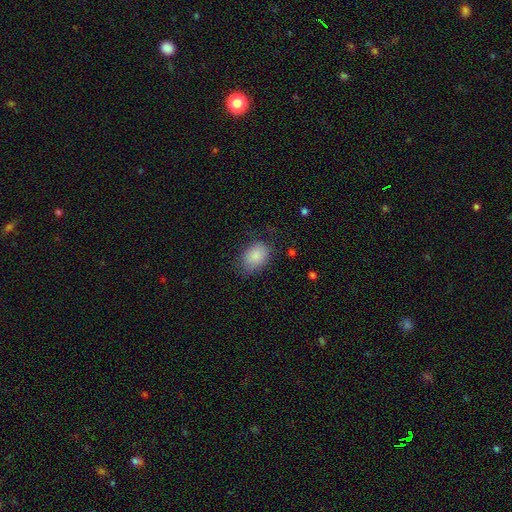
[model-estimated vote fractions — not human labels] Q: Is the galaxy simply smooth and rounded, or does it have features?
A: smooth — 86%.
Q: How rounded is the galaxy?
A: in between — 77%.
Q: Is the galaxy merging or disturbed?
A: none — 69%.